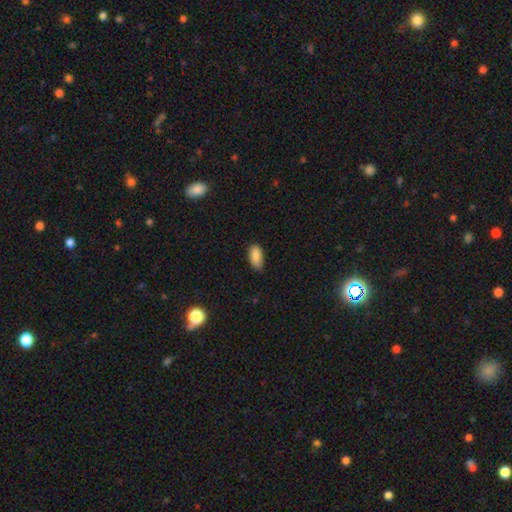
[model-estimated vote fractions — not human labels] Smooth or featured? smooth (88%)
How rounded? in between (90%)
Merging? none (77%)